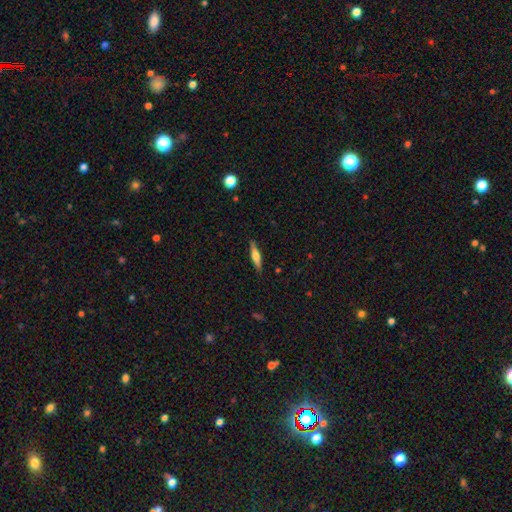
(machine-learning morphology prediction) Overall: featured or disk (51%; smooth 43%). Edge-on disk: yes (95%). Merging: none (89%).